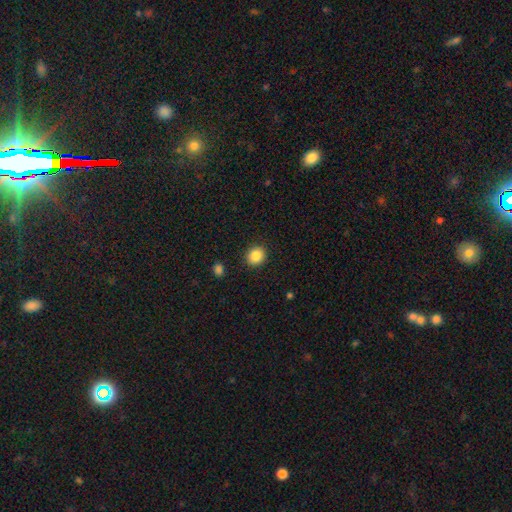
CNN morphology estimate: This appears to be a smooth galaxy with no disk features (87%) that is round (74%). Merging: none (90%).